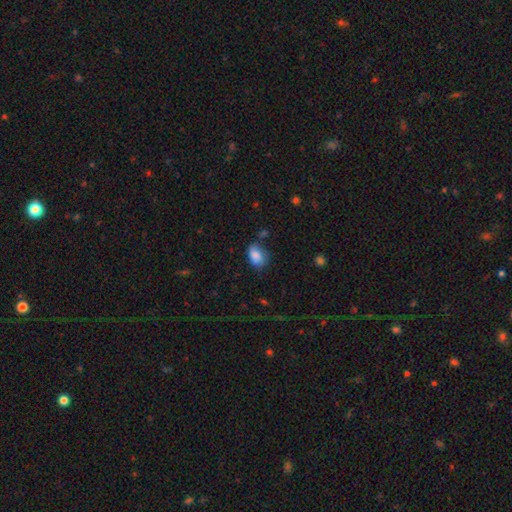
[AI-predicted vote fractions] Overall: smooth (84%). How rounded: in between (85%). Merging: none (59%; minor disturbance 30%).